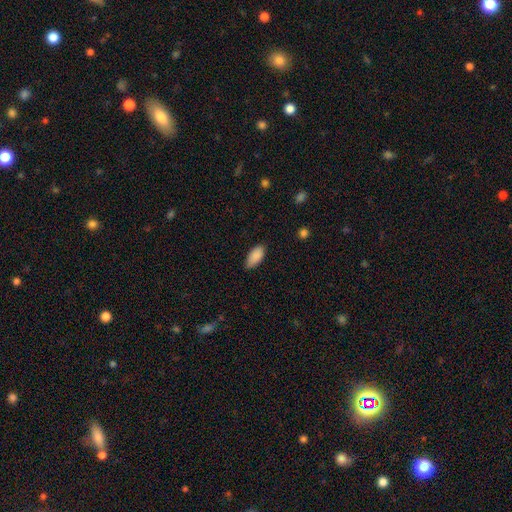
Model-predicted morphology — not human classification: The model was most divided on "merging": none: 79%, minor disturbance: 17%, major disturbance: 3%, merger: 1%. More confident: how rounded — in between (92%); smooth or featured — smooth (89%).